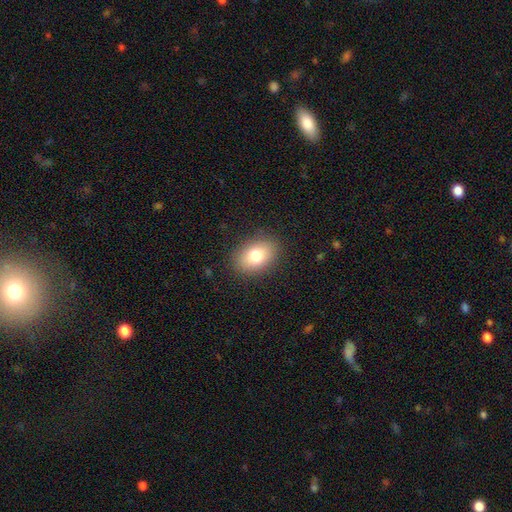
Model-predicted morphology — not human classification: Overall: smooth (79%). How rounded: in between (77%). Merging: none (87%).